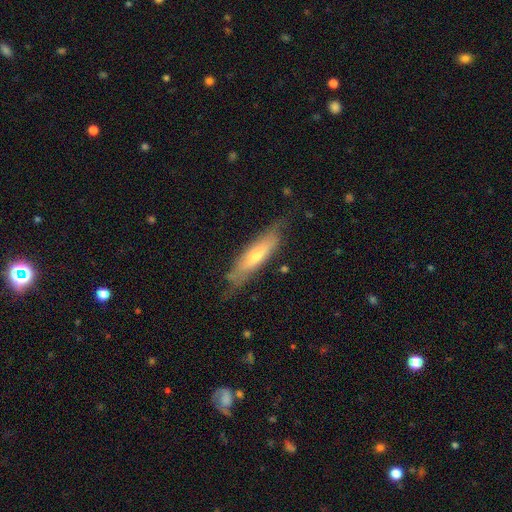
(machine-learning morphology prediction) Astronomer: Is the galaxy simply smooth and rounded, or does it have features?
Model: smooth — 48% (runner-up: featured or disk, 46%).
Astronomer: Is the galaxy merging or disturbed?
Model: none — 69%.